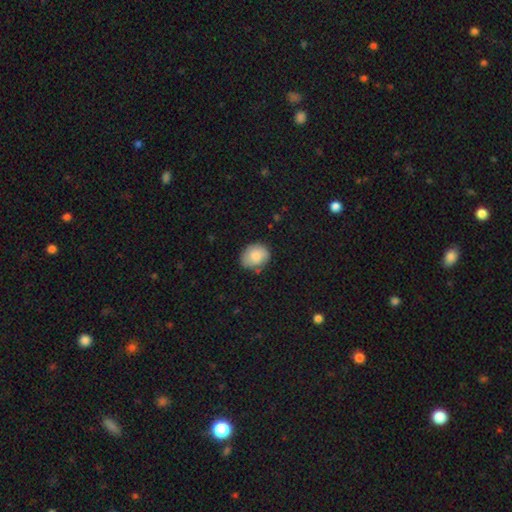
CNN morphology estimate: type=smooth (79%); roundness=round (52%); merging=none (74%).